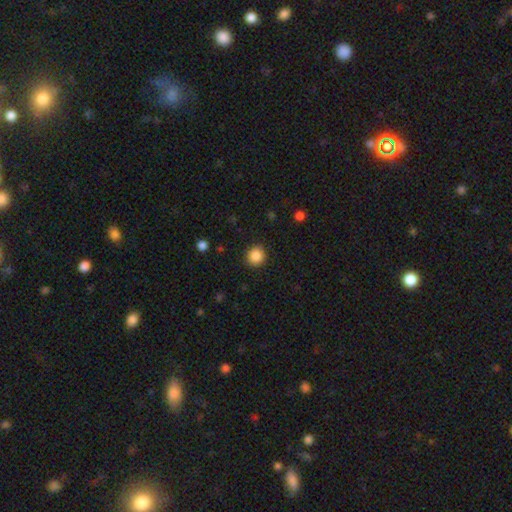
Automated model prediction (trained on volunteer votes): A smooth galaxy with no disk features (87%) that is round (92%). Merging: none (91%).